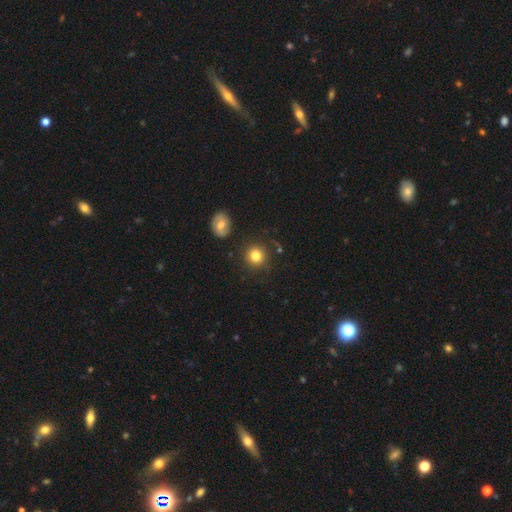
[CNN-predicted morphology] Smooth or featured: smooth — 80% (star or artifact — 12%)
How rounded: round — 92% (in between — 7%)
Merging: none — 84% (minor disturbance — 9%)